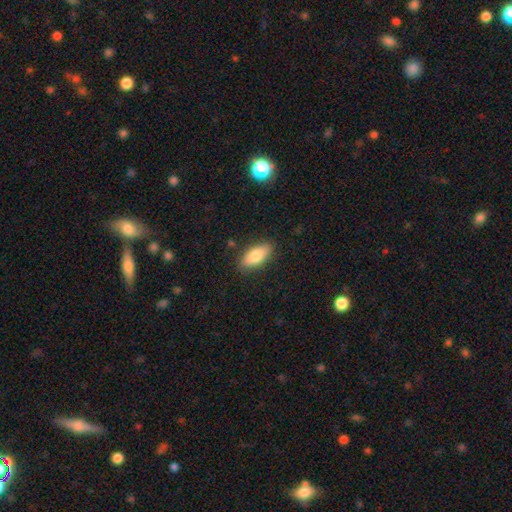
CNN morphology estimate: smooth-or-featured: smooth: 80% | featured or disk: 14% | star or artifact: 7%
  how-rounded: in between: 86% | cigar-shaped: 12% | round: 2%
  merging: none: 85% | minor disturbance: 11% | major disturbance: 2% | merger: 1%